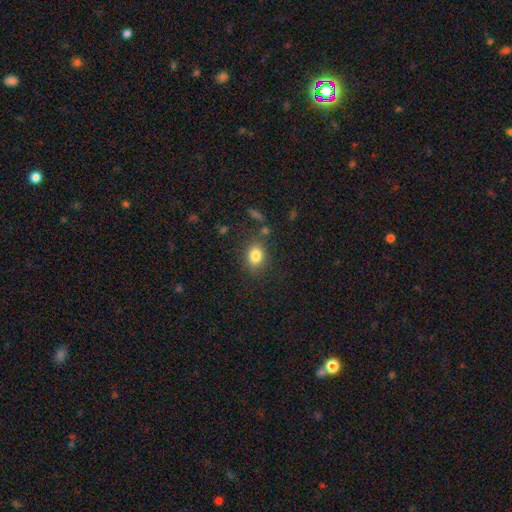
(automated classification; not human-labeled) Smooth or featured? Predicted: smooth (p=0.82). How rounded? Predicted: in between (p=0.54). Merging? Predicted: none (p=0.78).